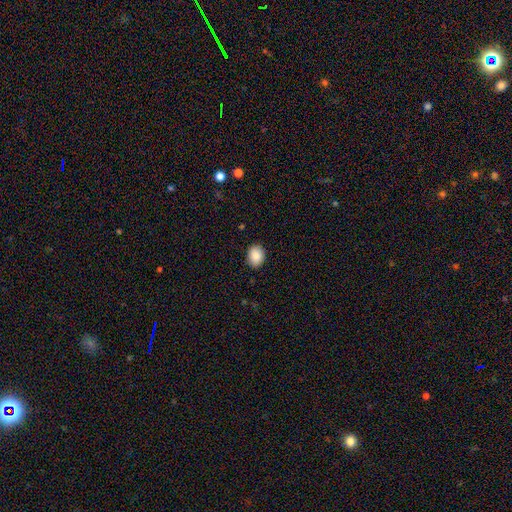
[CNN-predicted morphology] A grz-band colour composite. It shows a smooth galaxy with no disk features (88%) that is in between round and cigar-shaped (57%). Merging: none (89%).